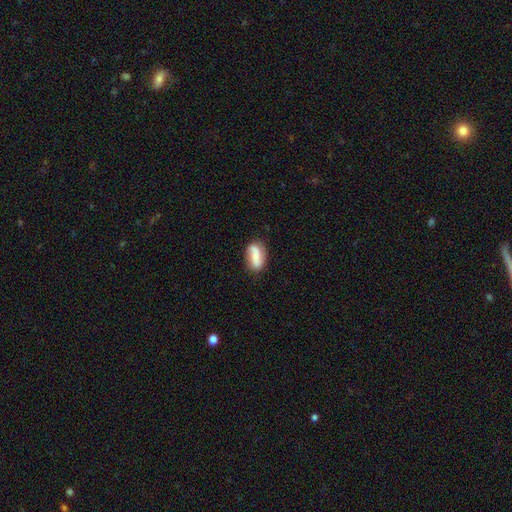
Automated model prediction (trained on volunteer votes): Morphology: type=smooth (58%); roundness=in between (84%); merging=none (74%).